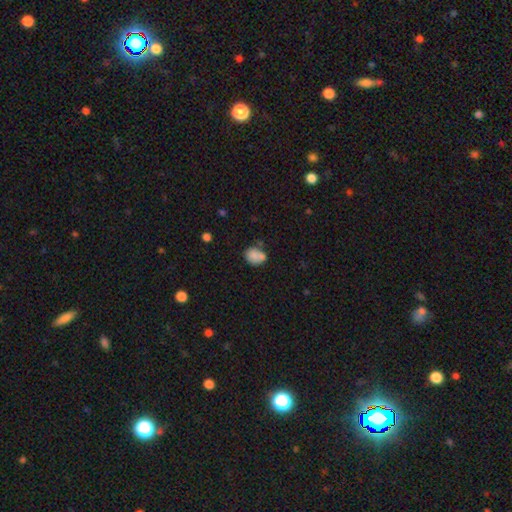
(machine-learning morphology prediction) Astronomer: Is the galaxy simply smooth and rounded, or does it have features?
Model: smooth — 82%.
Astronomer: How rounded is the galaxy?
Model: in between — 53% (runner-up: round, 46%).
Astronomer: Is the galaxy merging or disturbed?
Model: none — 53%.